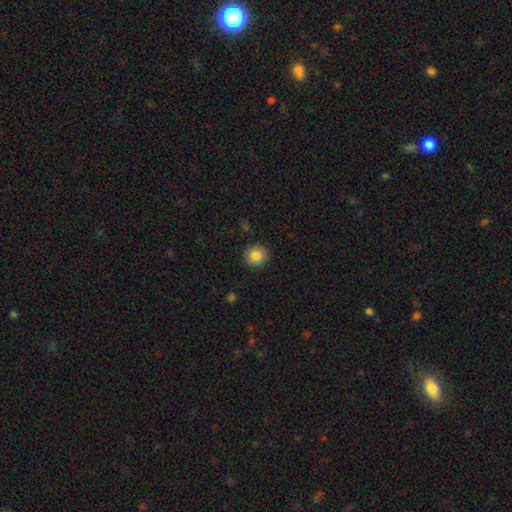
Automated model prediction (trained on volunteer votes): A smooth galaxy with no disk features (85%) that is round (87%). Merging: none (90%).